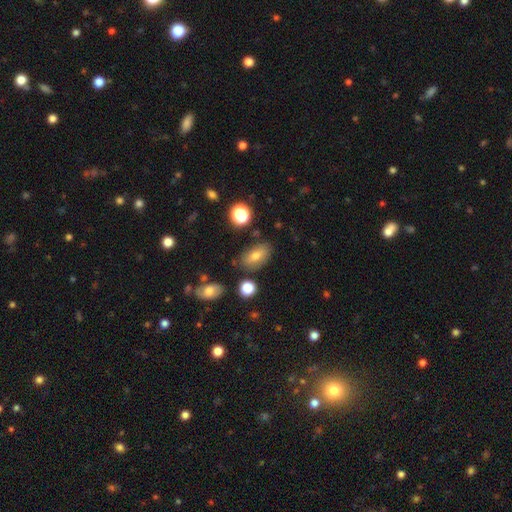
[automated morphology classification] Q: Smooth or featured?
A: smooth (70%); runner-up: featured or disk (17%)
Q: How rounded?
A: in between (88%); runner-up: round (9%)
Q: Merging?
A: none (78%); runner-up: minor disturbance (14%)